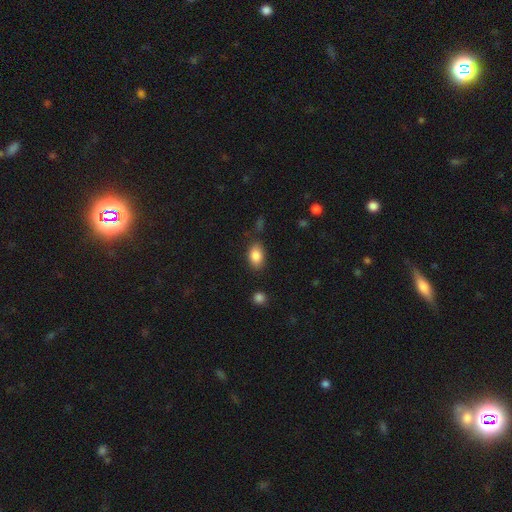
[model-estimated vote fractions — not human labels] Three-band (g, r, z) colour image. It shows a smooth galaxy with no disk features (87%) that is in between round and cigar-shaped (87%). Merging: none (79%).